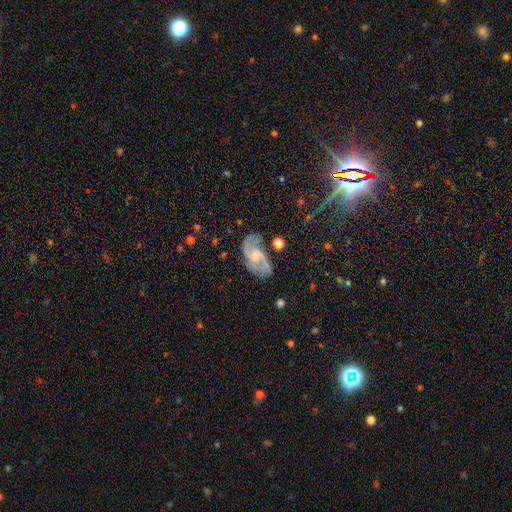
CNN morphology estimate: Smooth or featured?
  - featured or disk: 85% *
  - smooth: 9%
  - star or artifact: 6%
Edge-on disk?
  - no: 97% *
  - yes: 3%
Bar?
  - no: 51% *
  - weak: 41%
  - strong: 8%
Spiral arms?
  - yes: 97% *
  - no: 3%
Spiral winding?
  - medium: 56% *
  - tight: 27%
  - loose: 17%
Spiral arm count?
  - 2: 72% *
  - 3: 13%
  - can't tell: 7%
  - 1: 3%
  - 4: 3%
  - more than 4: 2%
Bulge size?
  - small: 51% *
  - moderate: 27%
  - none: 17%
  - large: 3%
  - dominant: 1%
Merging?
  - none: 71% *
  - minor disturbance: 19%
  - major disturbance: 7%
  - merger: 3%